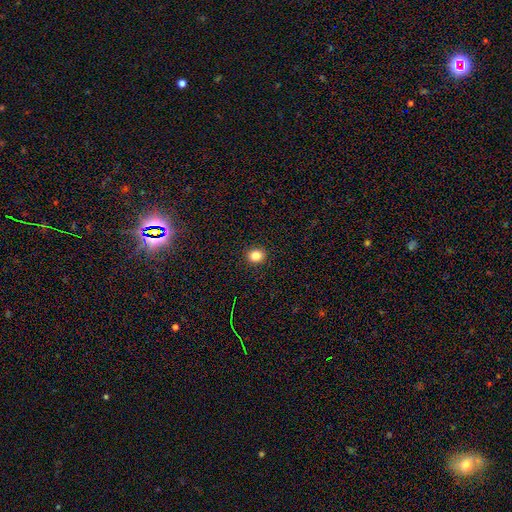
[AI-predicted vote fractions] A smooth galaxy with no disk features (84%) that is round (74%).

Vote fractions:
- Smooth or featured? smooth: 84% / star or artifact: 11% / featured or disk: 5%
- How rounded? round: 74% / in between: 25% / cigar-shaped: 1%
- Merging? none: 92% / minor disturbance: 6% / major disturbance: 2% / merger: 1%